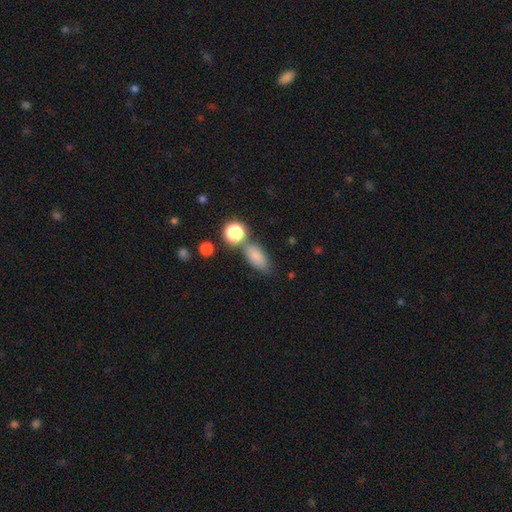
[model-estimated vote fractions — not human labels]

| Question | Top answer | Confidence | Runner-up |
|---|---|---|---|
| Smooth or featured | smooth | 80% | star or artifact (11%) |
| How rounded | in between | 81% | cigar-shaped (10%) |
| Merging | none | 61% | merger (18%) |